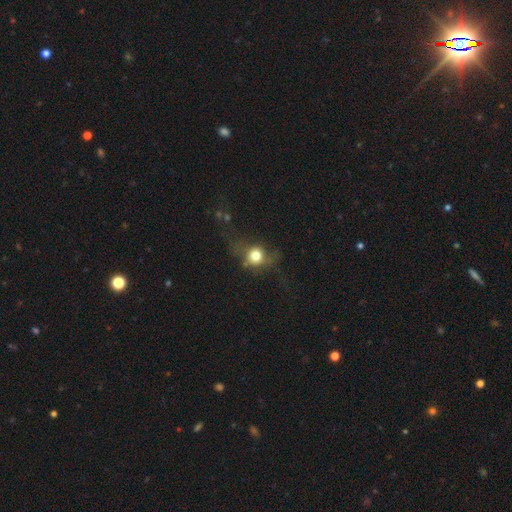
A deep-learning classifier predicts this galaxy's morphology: A smooth galaxy with no disk features (68%) that is round (79%).

Vote fractions:
- Smooth or featured? smooth: 68% / featured or disk: 19% / star or artifact: 14%
- How rounded? round: 79% / in between: 19% / cigar-shaped: 2%
- Merging? none: 51% / major disturbance: 24% / minor disturbance: 22% / merger: 3%